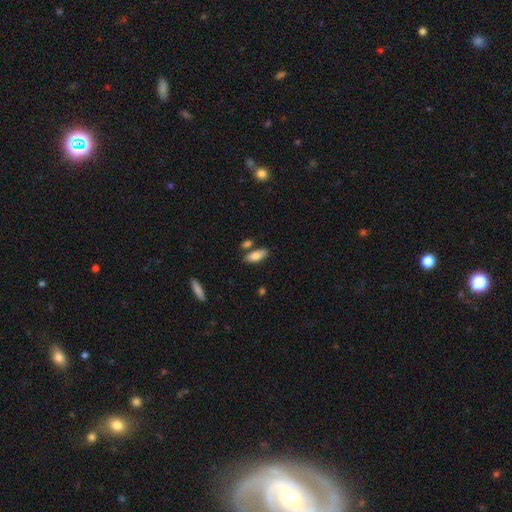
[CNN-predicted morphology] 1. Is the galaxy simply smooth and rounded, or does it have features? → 82% smooth, 12% featured or disk, 6% star or artifact.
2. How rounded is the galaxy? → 78% in between, 20% cigar-shaped, 2% round.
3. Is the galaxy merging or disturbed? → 74% none, 12% minor disturbance, 12% merger, 3% major disturbance.